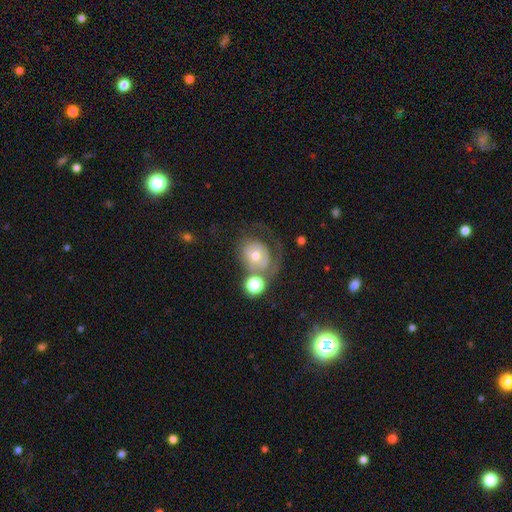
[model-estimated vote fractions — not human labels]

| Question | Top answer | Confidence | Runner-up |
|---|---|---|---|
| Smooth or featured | smooth | 46% | featured or disk (43%) |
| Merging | none | 34% | major disturbance (29%) |